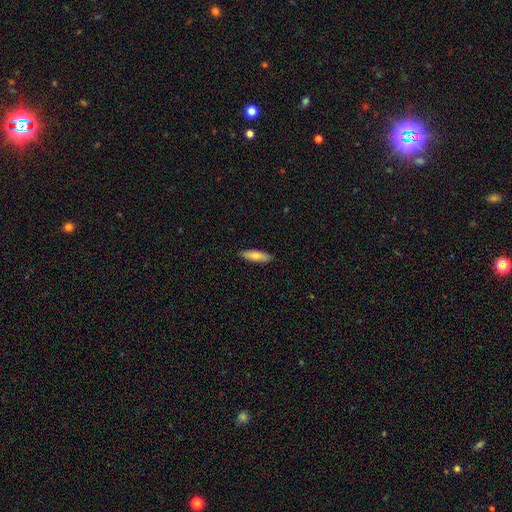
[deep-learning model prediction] smooth_or_featured: smooth (p=0.73) [alt: featured or disk p=0.21]
how_rounded: cigar-shaped (p=0.56) [alt: in between p=0.42]
merging: none (p=0.89) [alt: minor disturbance p=0.08]